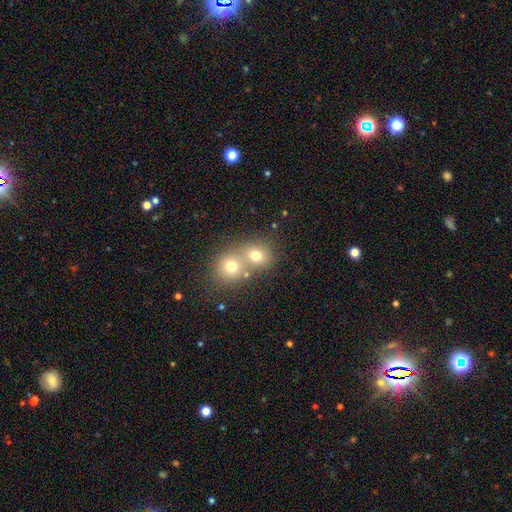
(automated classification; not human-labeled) Smooth or featured? smooth (71%)
How rounded? round (74%)
Merging? merger (55%)